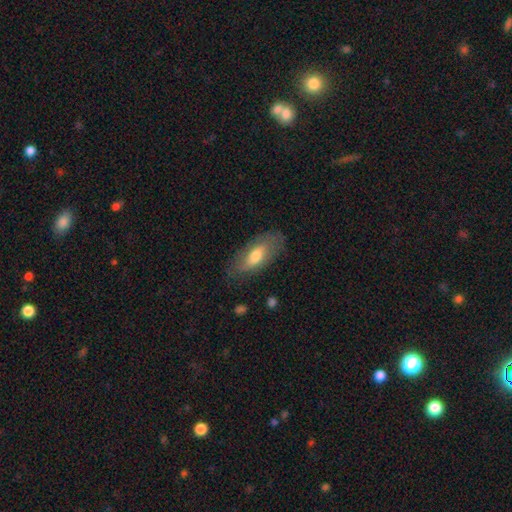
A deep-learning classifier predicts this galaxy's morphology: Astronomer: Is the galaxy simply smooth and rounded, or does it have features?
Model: smooth — 61%.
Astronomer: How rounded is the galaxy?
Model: in between — 80%.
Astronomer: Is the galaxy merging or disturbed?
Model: none — 76%.